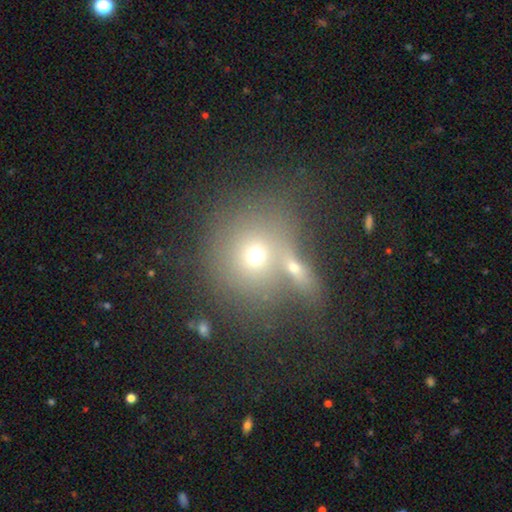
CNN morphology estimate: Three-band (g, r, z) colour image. It shows a smooth galaxy with no disk features (63%) that is round (84%). Merging: none (45%).